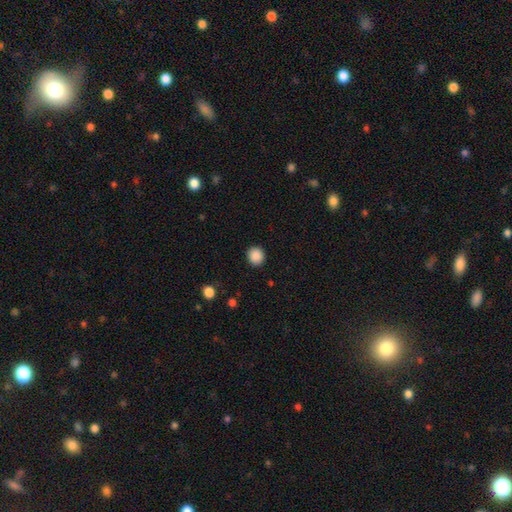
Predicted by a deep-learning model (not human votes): A smooth galaxy with no disk features (88%) that is round (88%). Merging: none (91%).